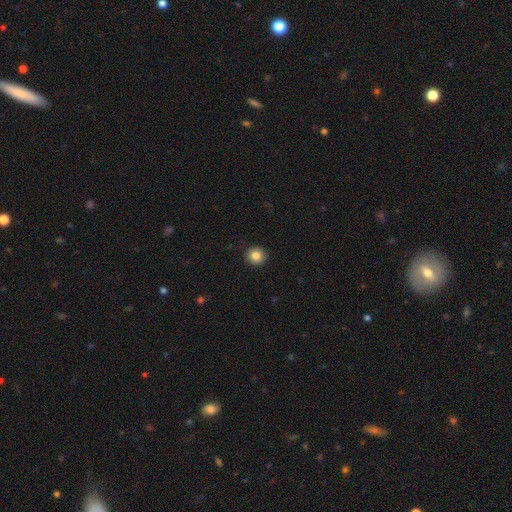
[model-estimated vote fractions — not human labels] This appears to be a smooth galaxy with no disk features (85%) that is round (93%). Merging: none (92%).